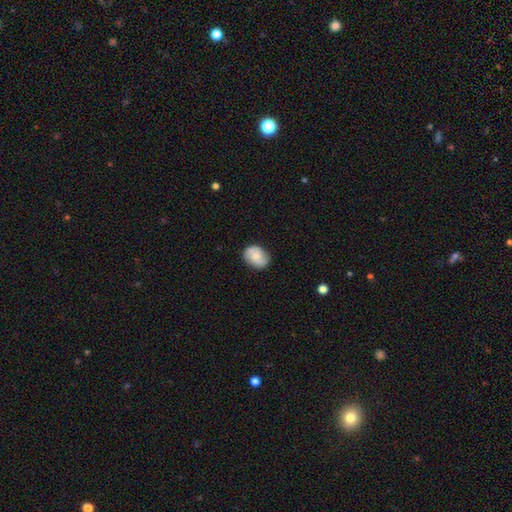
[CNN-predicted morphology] smooth_or_featured: featured or disk (p=0.48) [alt: smooth p=0.45]
merging: none (p=0.80) [alt: minor disturbance p=0.15]